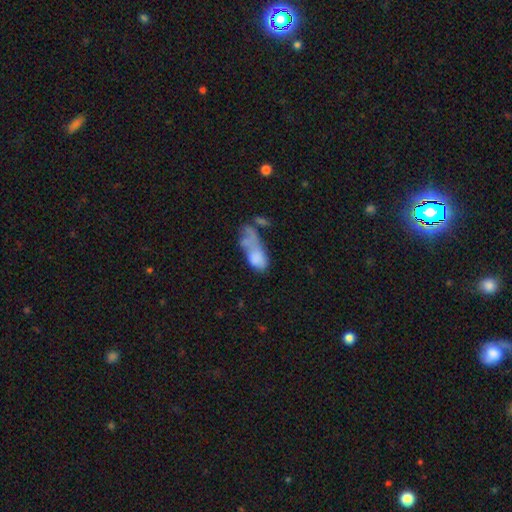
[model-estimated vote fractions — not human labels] Smooth or featured?
  - smooth: 67% *
  - featured or disk: 23%
  - star or artifact: 10%
How rounded?
  - in between: 79% *
  - cigar-shaped: 15%
  - round: 6%
Merging?
  - merger: 38% *
  - major disturbance: 29%
  - none: 17%
  - minor disturbance: 15%